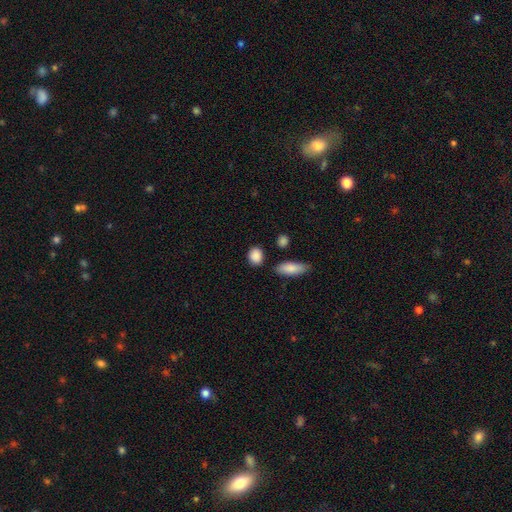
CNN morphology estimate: Smooth or featured: smooth — 89% (star or artifact — 7%)
How rounded: round — 49% (in between — 48%)
Merging: none — 80% (minor disturbance — 12%)